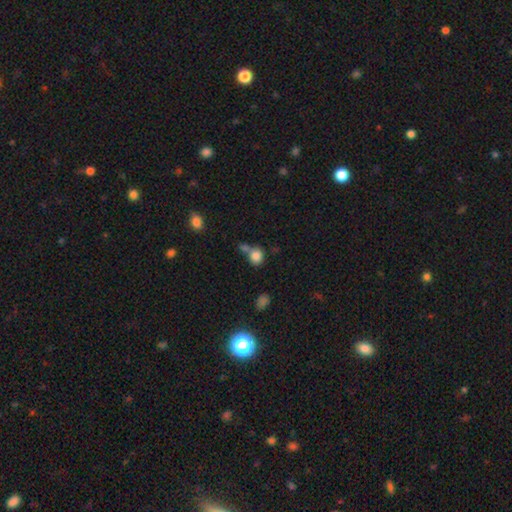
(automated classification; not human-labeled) This appears to be a smooth galaxy with no disk features (83%) that is round (77%). Merging: none (51%).